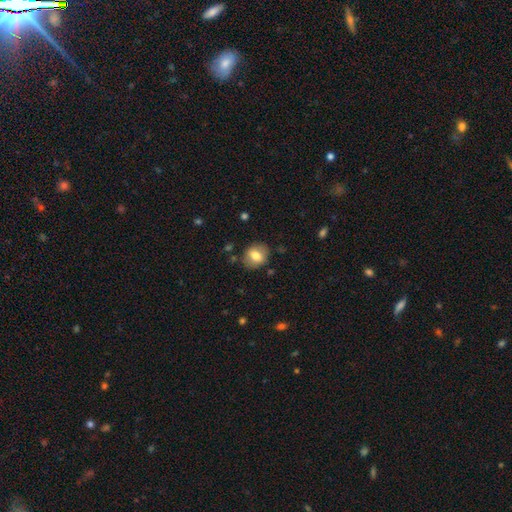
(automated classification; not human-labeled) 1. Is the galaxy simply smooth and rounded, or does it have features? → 70% smooth, 22% featured or disk, 8% star or artifact.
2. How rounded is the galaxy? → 57% round, 42% in between, 1% cigar-shaped.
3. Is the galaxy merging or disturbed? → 81% none, 13% minor disturbance, 4% major disturbance, 2% merger.